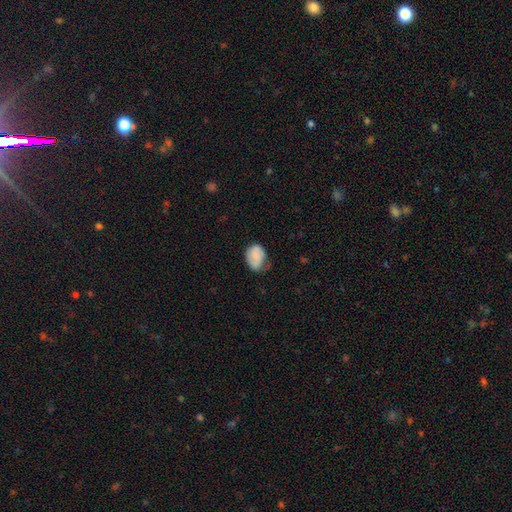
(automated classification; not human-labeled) A smooth galaxy with no disk features (76%) that is in between round and cigar-shaped (69%).

Vote fractions:
- Smooth or featured? smooth: 76% / featured or disk: 17% / star or artifact: 8%
- How rounded? in between: 69% / round: 30% / cigar-shaped: 1%
- Merging? none: 46% / minor disturbance: 39% / major disturbance: 12% / merger: 2%